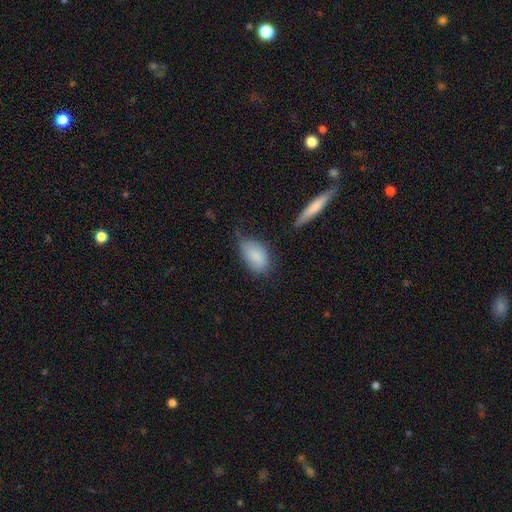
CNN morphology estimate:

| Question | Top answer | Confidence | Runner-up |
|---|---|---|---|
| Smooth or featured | smooth | 84% | featured or disk (9%) |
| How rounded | in between | 90% | round (8%) |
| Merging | none | 48% | minor disturbance (37%) |